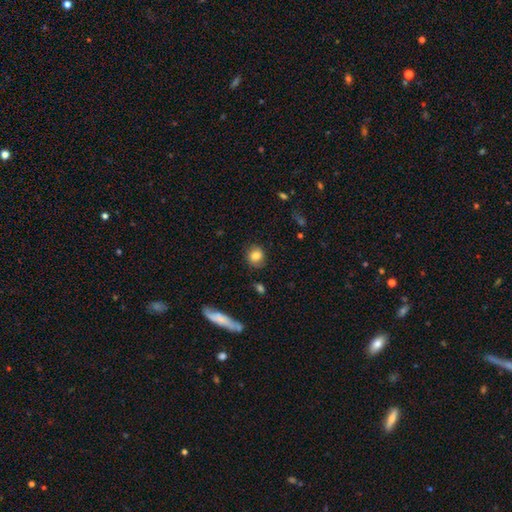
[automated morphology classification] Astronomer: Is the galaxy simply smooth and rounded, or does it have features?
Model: smooth — 78%.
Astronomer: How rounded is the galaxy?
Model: round — 74%.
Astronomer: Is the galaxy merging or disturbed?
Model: none — 80%.